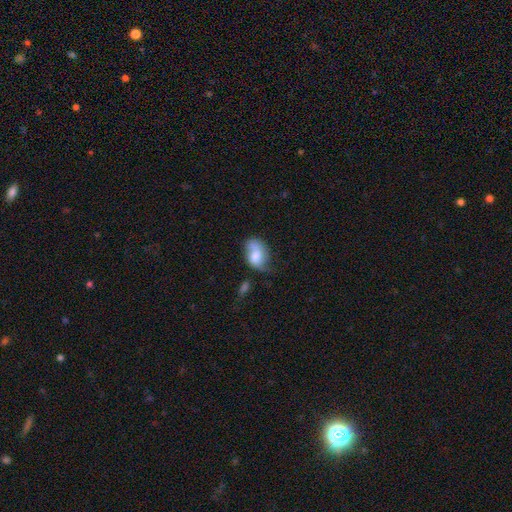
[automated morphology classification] type=smooth (54%); roundness=in between (79%); merging=none (43%).